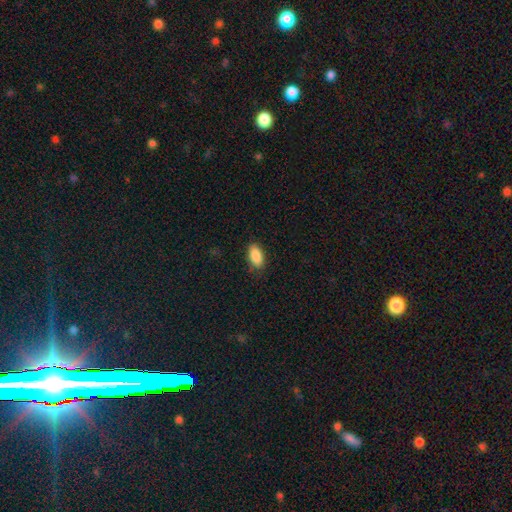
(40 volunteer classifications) Smooth or featured: smooth — 90% (star or artifact — 8%)
How rounded: in between — 89% (round — 8%)
Merging: none — 70% (minor disturbance — 19%)